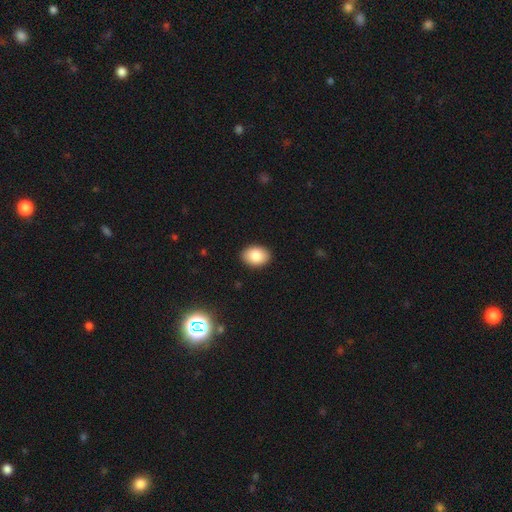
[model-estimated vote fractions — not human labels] Q: Smooth or featured?
A: smooth (85%); runner-up: star or artifact (8%)
Q: How rounded?
A: in between (76%); runner-up: round (23%)
Q: Merging?
A: none (90%); runner-up: minor disturbance (7%)